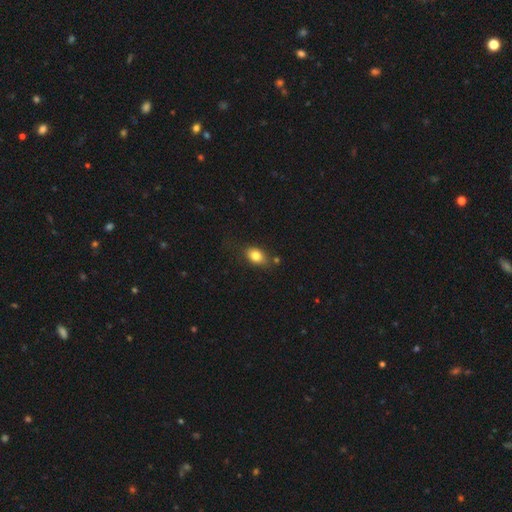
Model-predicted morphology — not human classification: The model was most divided on "how rounded": in between: 75%, round: 23%, cigar-shaped: 2%. More confident: smooth or featured — smooth (81%); merging — none (72%).